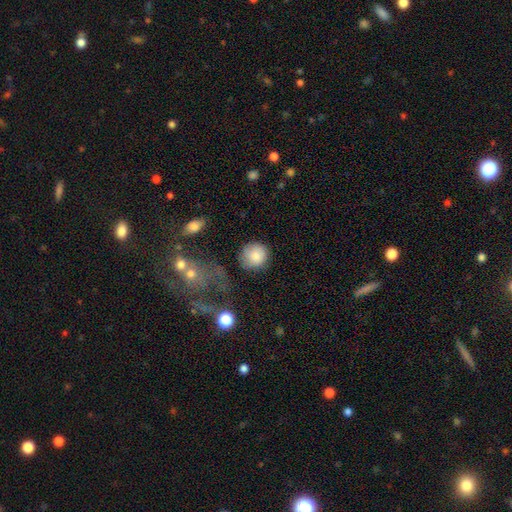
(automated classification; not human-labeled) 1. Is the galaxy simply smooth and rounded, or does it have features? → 84% smooth, 8% featured or disk, 8% star or artifact.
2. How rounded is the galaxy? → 90% round, 9% in between, 1% cigar-shaped.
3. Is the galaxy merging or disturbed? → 76% none, 16% minor disturbance, 5% major disturbance, 3% merger.